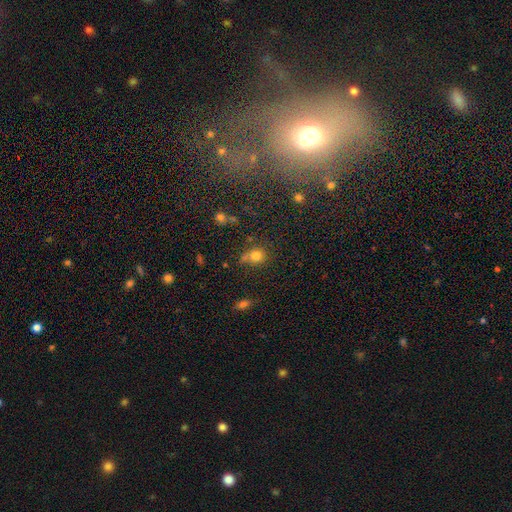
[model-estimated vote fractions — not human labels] Smooth or featured?
  - smooth: 78% *
  - star or artifact: 14%
  - featured or disk: 8%
How rounded?
  - round: 80% *
  - in between: 19%
  - cigar-shaped: 1%
Merging?
  - none: 59% *
  - minor disturbance: 19%
  - merger: 15%
  - major disturbance: 7%